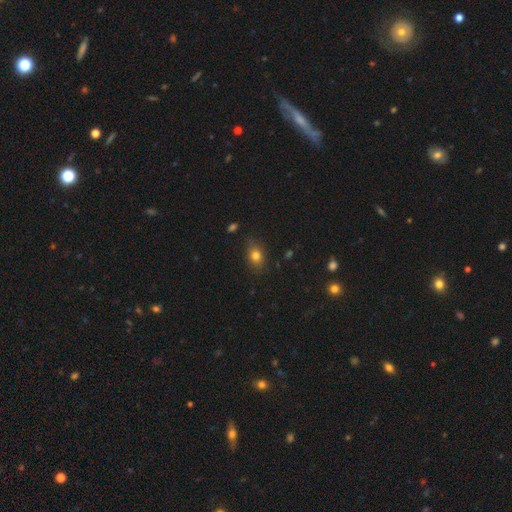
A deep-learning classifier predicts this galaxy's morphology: Smooth or featured? smooth (79%)
How rounded? in between (62%)
Merging? none (77%)